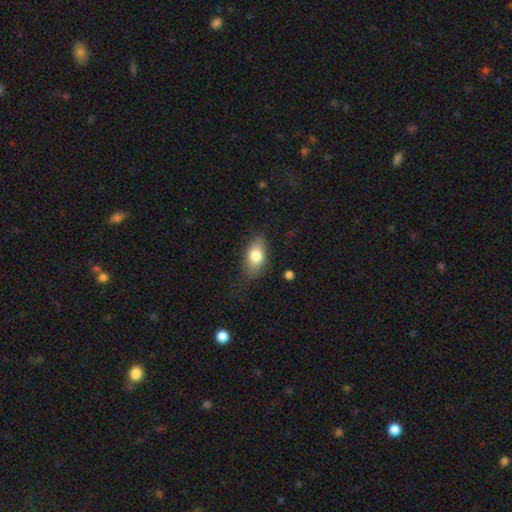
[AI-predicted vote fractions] Overall: smooth (77%). How rounded: in between (87%). Merging: none (71%).